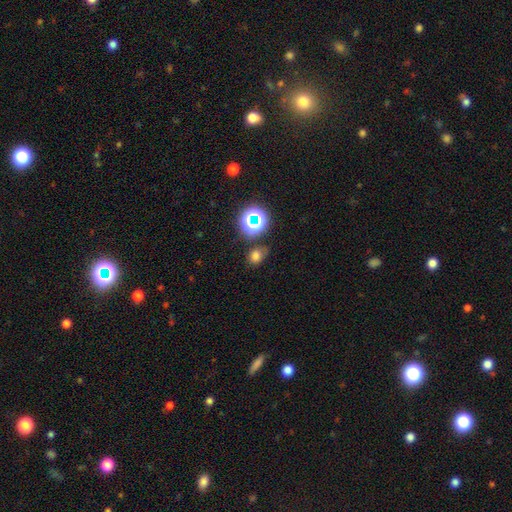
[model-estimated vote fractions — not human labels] Overall: smooth (70%). How rounded: round (51%; in between 48%). Merging: none (69%).